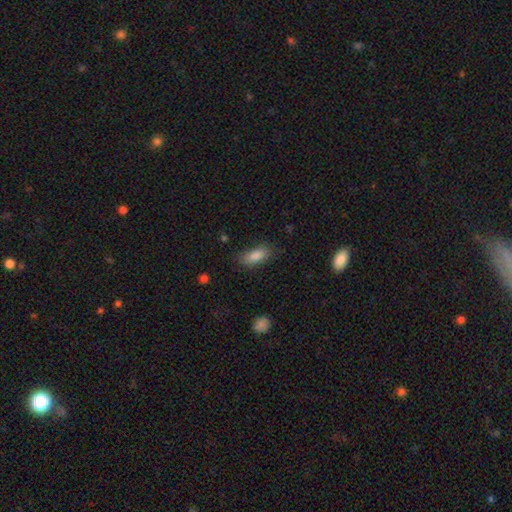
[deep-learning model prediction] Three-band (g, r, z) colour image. It shows a smooth galaxy with no disk features (85%) that is in between round and cigar-shaped (82%). Merging: none (79%).